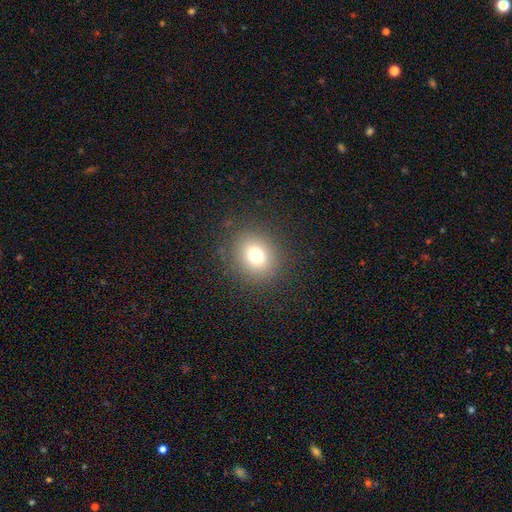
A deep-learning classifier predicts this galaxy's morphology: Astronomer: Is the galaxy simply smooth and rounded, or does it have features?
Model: smooth — 75%.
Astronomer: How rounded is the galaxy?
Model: round — 74%.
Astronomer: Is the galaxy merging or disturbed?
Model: none — 87%.